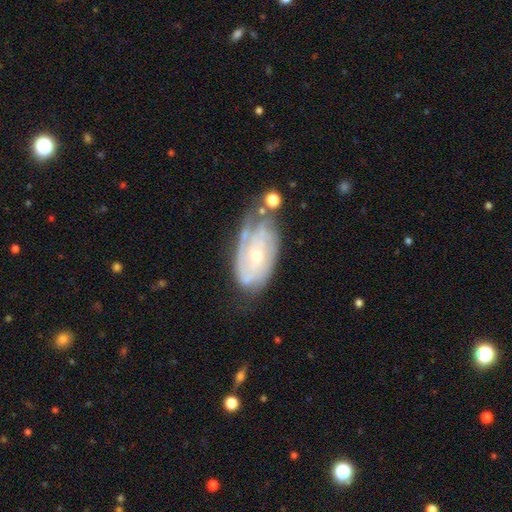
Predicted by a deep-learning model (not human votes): Smooth or featured? Predicted: featured or disk (p=0.79). Edge-on disk? Predicted: no (p=0.94). Bar? Predicted: no (p=0.70). Spiral arms? Predicted: yes (p=0.89). Spiral winding? Predicted: tight (p=0.65). Spiral arm count? Predicted: can't tell (p=0.43). Bulge size? Predicted: small (p=0.57). Merging? Predicted: none (p=0.50).